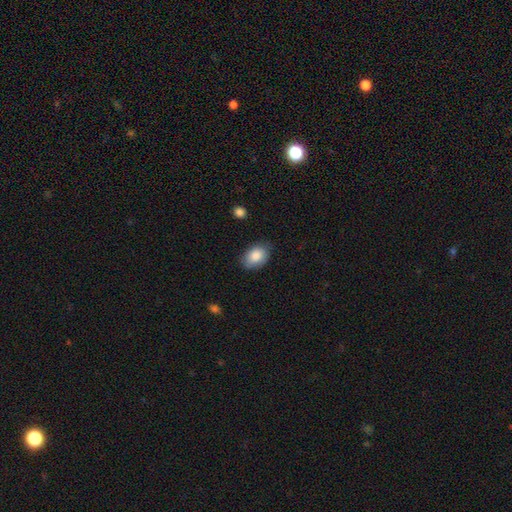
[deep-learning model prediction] smooth 86%, featured or disk 8%, star or artifact 7%. Down the decision tree: how rounded — in between (83%); merging — none (78%).